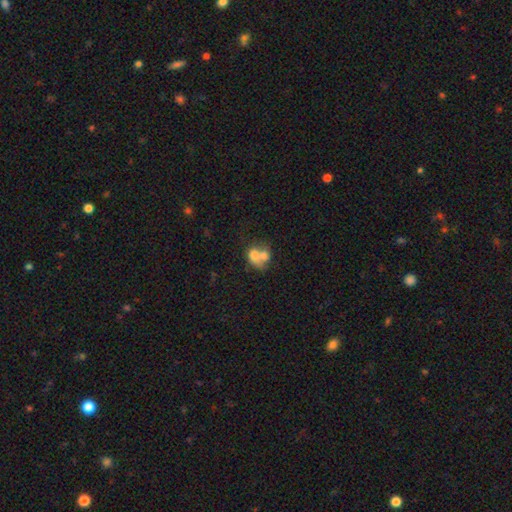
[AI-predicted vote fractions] This is likely a smooth galaxy (66%). How rounded: possibly in between (52%). Merging: likely merger (70%).